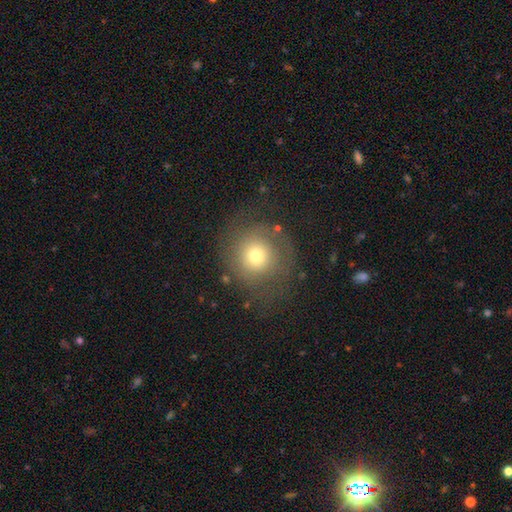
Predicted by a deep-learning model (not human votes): Smooth or featured? smooth (59%)
How rounded? round (90%)
Merging? none (69%)